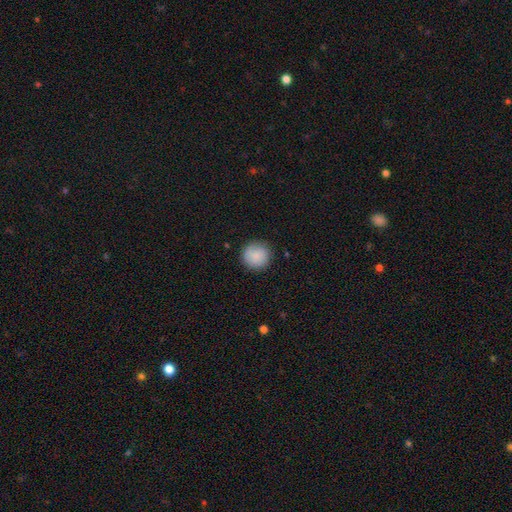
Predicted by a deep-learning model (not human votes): Smooth or featured: smooth — 86% (featured or disk — 8%)
How rounded: round — 94% (in between — 5%)
Merging: none — 86% (minor disturbance — 10%)